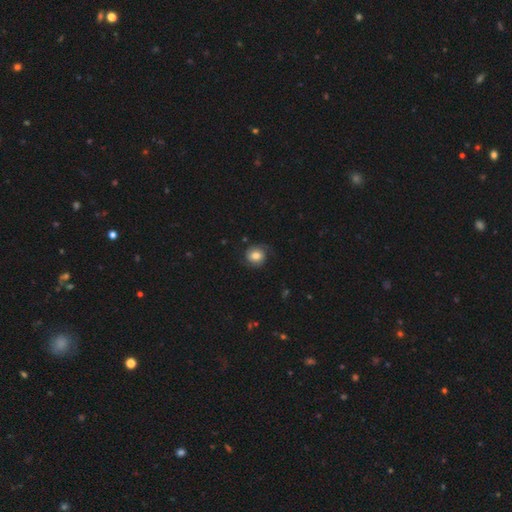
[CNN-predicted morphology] The model was most divided on "smooth or featured": smooth: 55%, featured or disk: 37%, star or artifact: 8%. More confident: how rounded — round (78%); merging — none (72%).